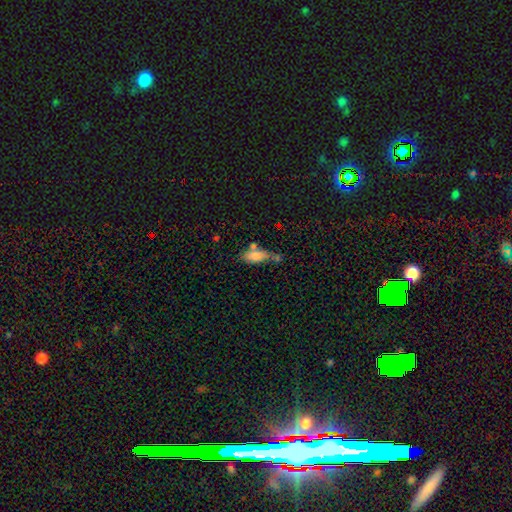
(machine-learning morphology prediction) A smooth galaxy with no disk features (77%) that is in between round and cigar-shaped (77%). Merging: none (36%).